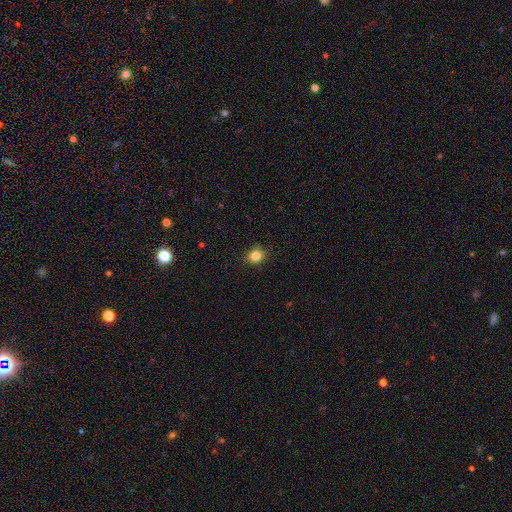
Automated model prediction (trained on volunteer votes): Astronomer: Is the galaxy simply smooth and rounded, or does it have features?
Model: smooth — 83%.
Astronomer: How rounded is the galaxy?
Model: round — 63%.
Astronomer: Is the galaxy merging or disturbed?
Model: none — 87%.